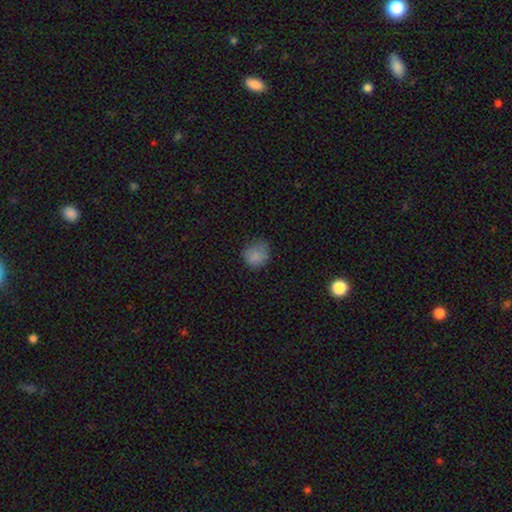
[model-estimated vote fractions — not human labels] This appears to be a smooth galaxy with no disk features (83%) that is round (81%). Merging: none (68%).